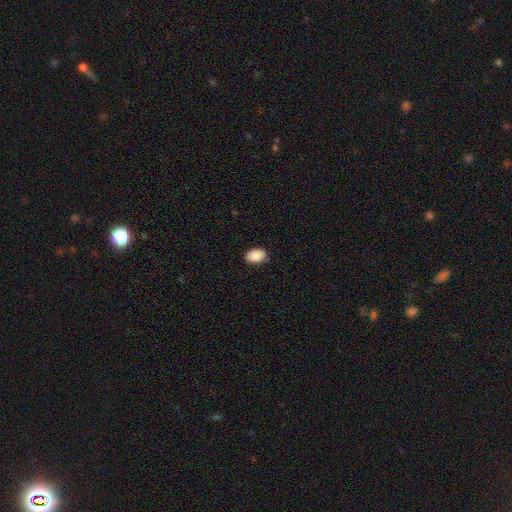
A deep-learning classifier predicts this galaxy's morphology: Overall: smooth (90%). How rounded: in between (89%). Merging: none (86%).